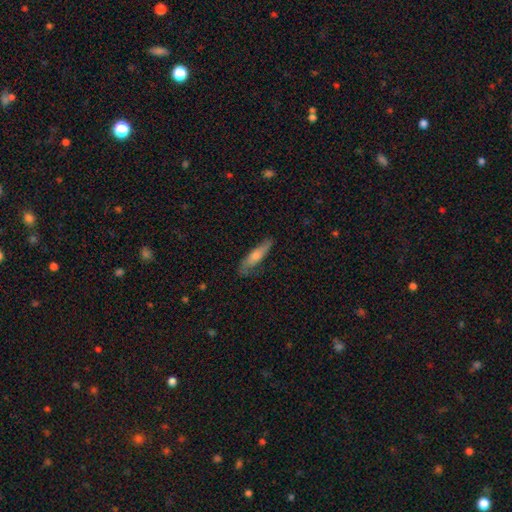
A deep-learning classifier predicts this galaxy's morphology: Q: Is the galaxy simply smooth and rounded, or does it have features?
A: smooth — 52%.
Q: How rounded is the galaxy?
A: cigar-shaped — 75%.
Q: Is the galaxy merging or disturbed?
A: none — 75%.